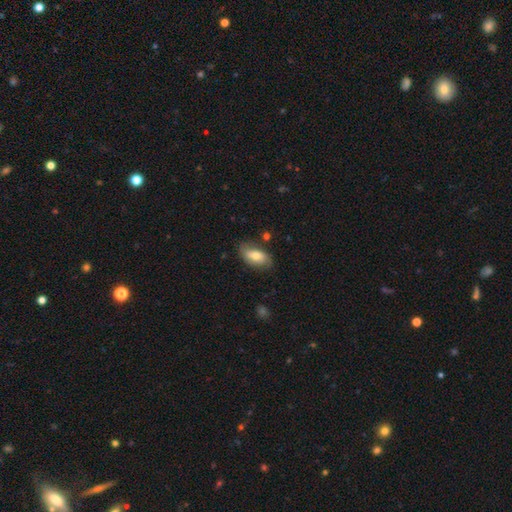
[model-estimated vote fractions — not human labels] Overall: smooth (61%; featured or disk 32%). How rounded: in between (91%). Merging: none (72%).